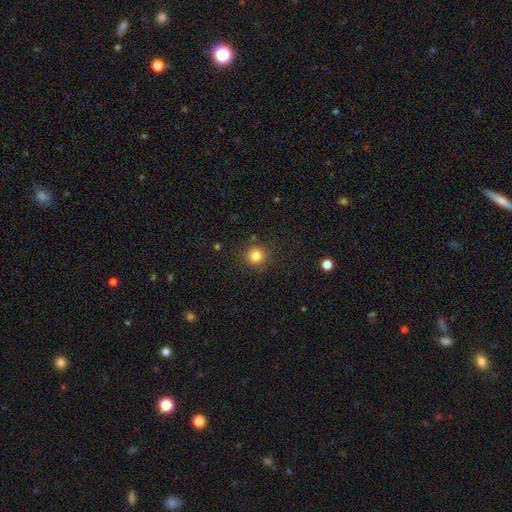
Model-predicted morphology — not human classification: This appears to be a smooth galaxy with no disk features (82%) that is round (93%). Merging: none (88%).